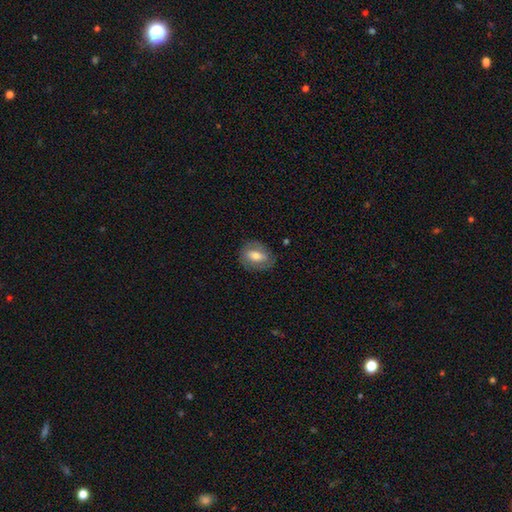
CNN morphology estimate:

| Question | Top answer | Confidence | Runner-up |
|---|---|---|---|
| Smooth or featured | smooth | 54% | featured or disk (38%) |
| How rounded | in between | 68% | round (30%) |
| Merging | none | 77% | minor disturbance (16%) |